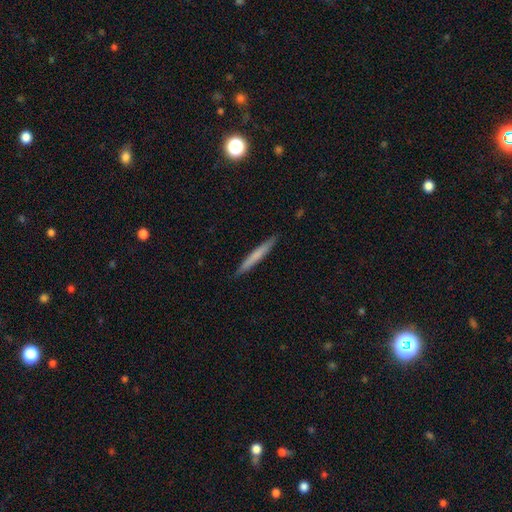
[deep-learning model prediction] smooth 66%, featured or disk 28%, star or artifact 6%. Down the decision tree: how rounded — cigar-shaped (96%); merging — none (90%).